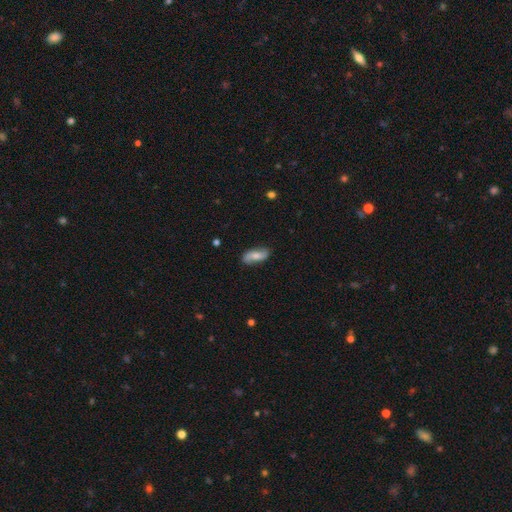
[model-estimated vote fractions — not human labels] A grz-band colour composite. It shows a smooth galaxy with no disk features (54%) that is in between round and cigar-shaped (77%). Merging: none (81%).